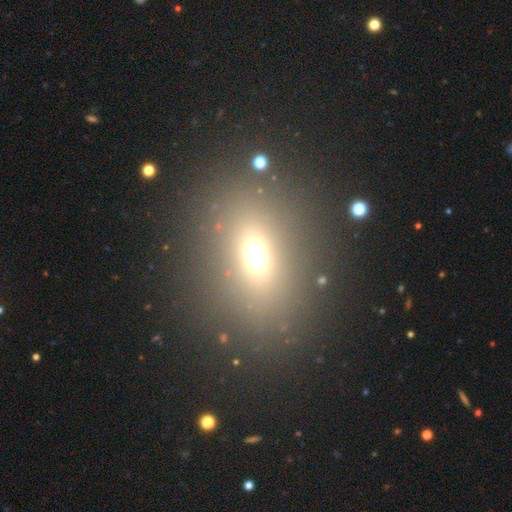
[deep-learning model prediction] This appears to be a smooth galaxy with no disk features (62%) that is in between round and cigar-shaped (57%). Merging: none (83%).